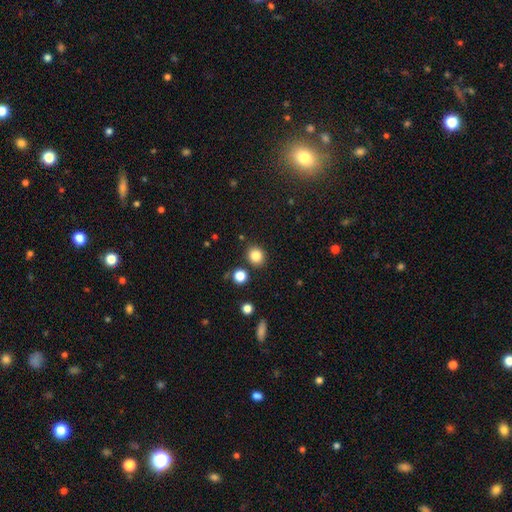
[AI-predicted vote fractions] A smooth galaxy with no disk features (84%) that is round (80%). Merging: none (85%).